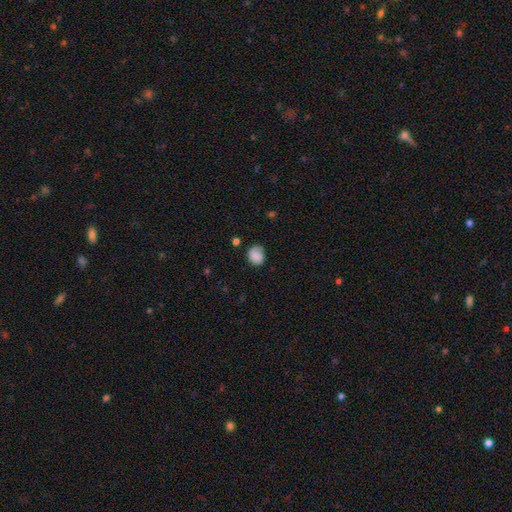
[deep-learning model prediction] This is clearly a smooth galaxy (82%). How rounded: possibly round (59%). Merging: likely none (62%).